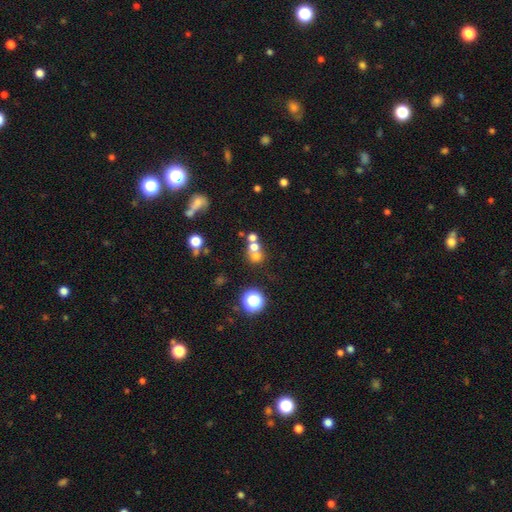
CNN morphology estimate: This is likely a smooth galaxy (61%). How rounded: clearly round (81%). Merging: possibly merger (48%).